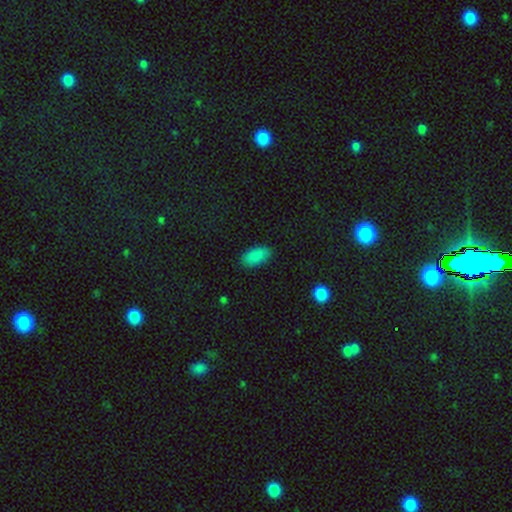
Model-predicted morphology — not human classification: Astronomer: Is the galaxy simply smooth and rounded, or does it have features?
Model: smooth — 88%.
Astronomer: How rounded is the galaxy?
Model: in between — 93%.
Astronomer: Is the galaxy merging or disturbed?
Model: none — 86%.